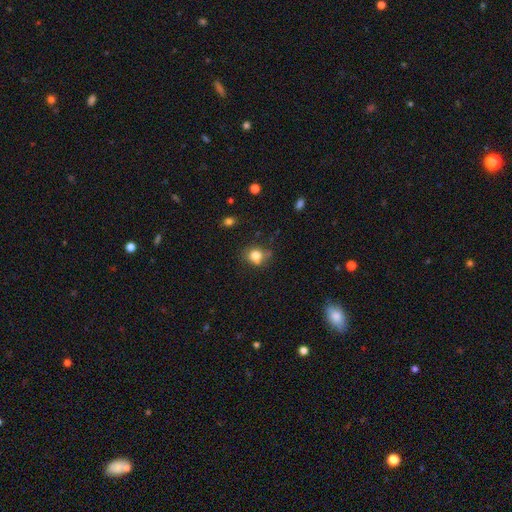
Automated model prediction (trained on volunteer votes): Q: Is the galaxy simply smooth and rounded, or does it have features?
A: smooth — 80%.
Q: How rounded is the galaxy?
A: round — 71%.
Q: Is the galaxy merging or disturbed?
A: none — 63%.